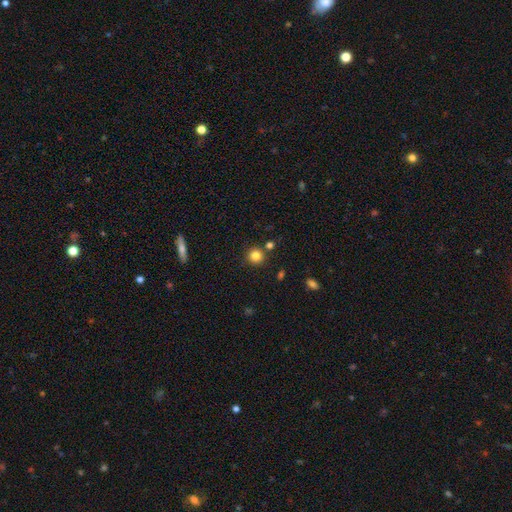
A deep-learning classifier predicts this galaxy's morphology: This appears to be a smooth galaxy with no disk features (82%) that is round (93%). Merging: none (83%).